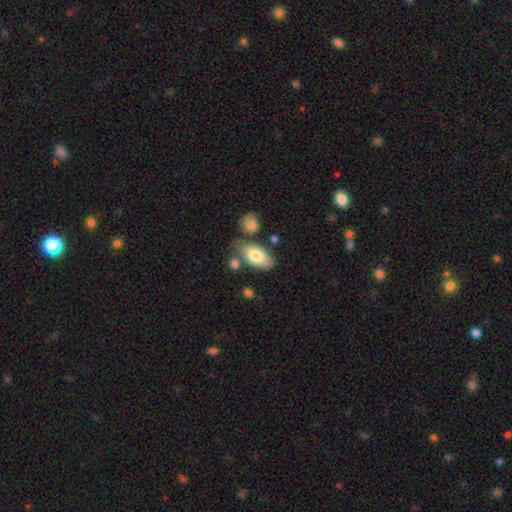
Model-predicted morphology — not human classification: smooth-or-featured: smooth: 77% | featured or disk: 17% | star or artifact: 6%
  how-rounded: in between: 92% | cigar-shaped: 4% | round: 3%
  merging: none: 65% | minor disturbance: 17% | merger: 12% | major disturbance: 5%